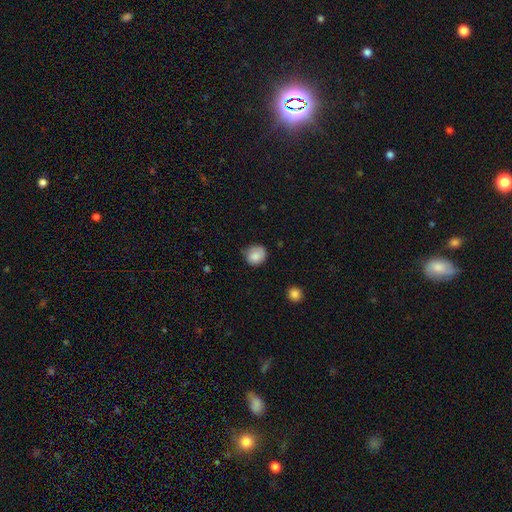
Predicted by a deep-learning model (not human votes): Q: Smooth or featured?
A: smooth (83%); runner-up: featured or disk (9%)
Q: How rounded?
A: round (79%); runner-up: in between (20%)
Q: Merging?
A: none (67%); runner-up: minor disturbance (26%)